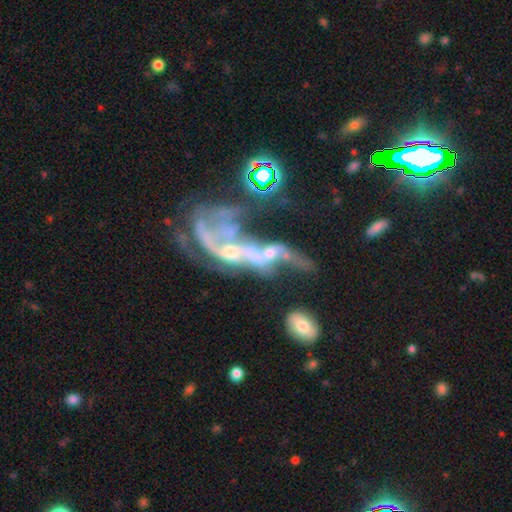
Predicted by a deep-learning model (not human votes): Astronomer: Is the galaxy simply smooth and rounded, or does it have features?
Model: featured or disk — 66%.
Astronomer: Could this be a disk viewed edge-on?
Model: no — 92%.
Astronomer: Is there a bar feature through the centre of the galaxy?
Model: no — 73%.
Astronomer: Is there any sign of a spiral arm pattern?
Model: no — 56% (runner-up: yes, 44%).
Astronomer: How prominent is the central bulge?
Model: moderate — 36% (runner-up: small, 28%).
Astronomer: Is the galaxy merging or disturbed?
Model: merger — 62%.